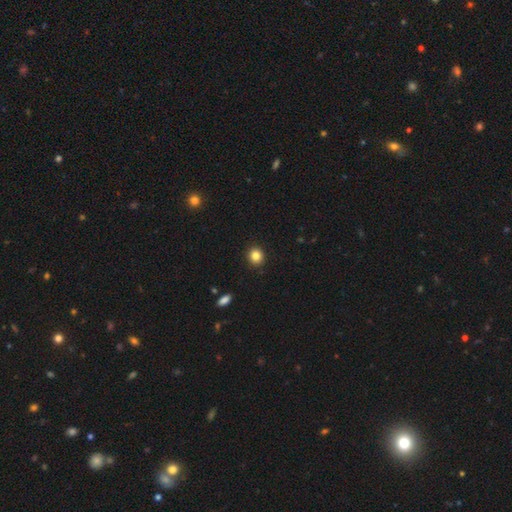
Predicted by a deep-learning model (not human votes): Q: Smooth or featured?
A: smooth (84%); runner-up: star or artifact (11%)
Q: How rounded?
A: round (83%); runner-up: in between (16%)
Q: Merging?
A: none (92%); runner-up: minor disturbance (6%)